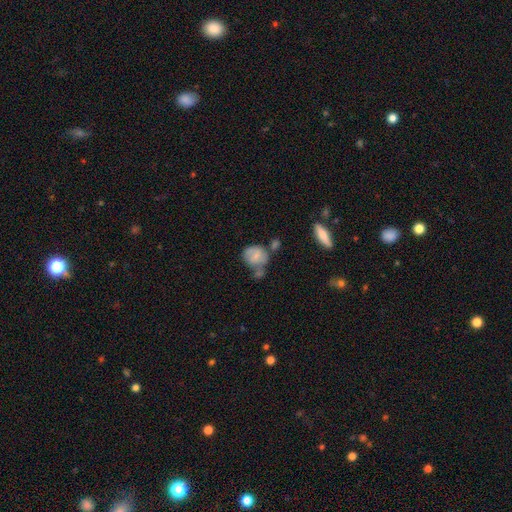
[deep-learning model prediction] This is likely a smooth galaxy (65%). How rounded: likely round (61%). Merging: marginally none (36%).